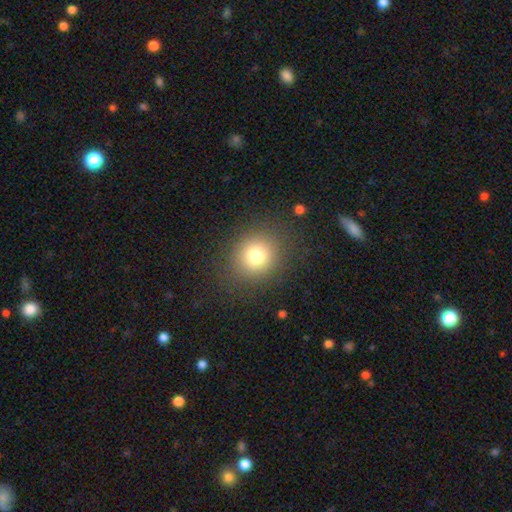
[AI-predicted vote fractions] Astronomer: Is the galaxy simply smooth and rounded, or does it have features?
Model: smooth — 76%.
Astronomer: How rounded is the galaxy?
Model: round — 83%.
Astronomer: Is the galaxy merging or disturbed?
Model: none — 86%.